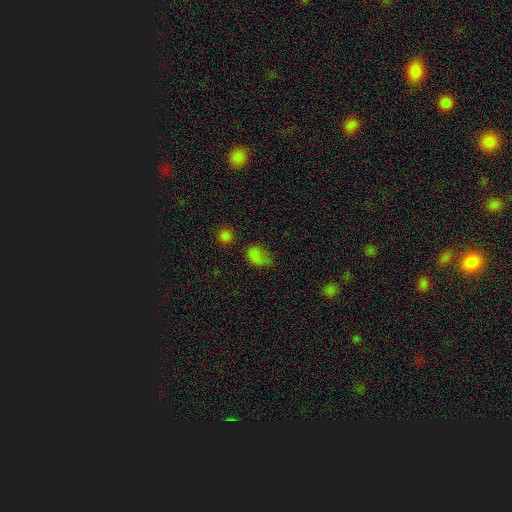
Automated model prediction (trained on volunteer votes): smooth_or_featured: smooth (p=0.70) [alt: star or artifact p=0.22]
how_rounded: in between (p=0.73) [alt: round p=0.25]
merging: none (p=0.44) [alt: minor disturbance p=0.30]